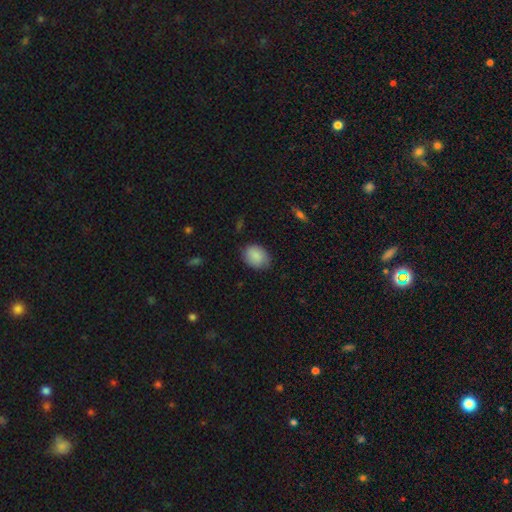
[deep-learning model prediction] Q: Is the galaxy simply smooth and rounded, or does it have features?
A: smooth — 88%.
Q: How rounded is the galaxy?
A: in between — 62%.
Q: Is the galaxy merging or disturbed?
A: none — 80%.